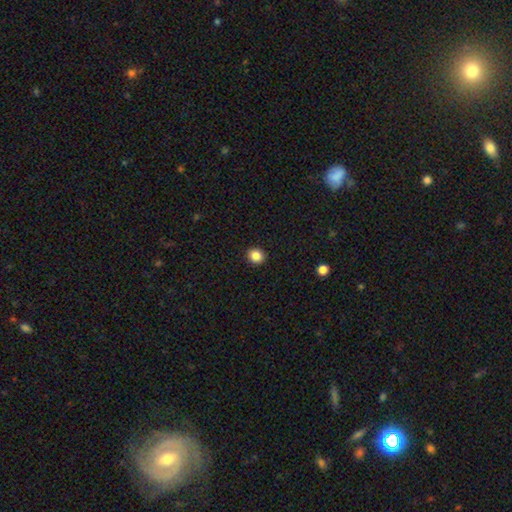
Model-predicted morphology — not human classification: A smooth galaxy with no disk features (87%) that is round (77%). Merging: none (92%).